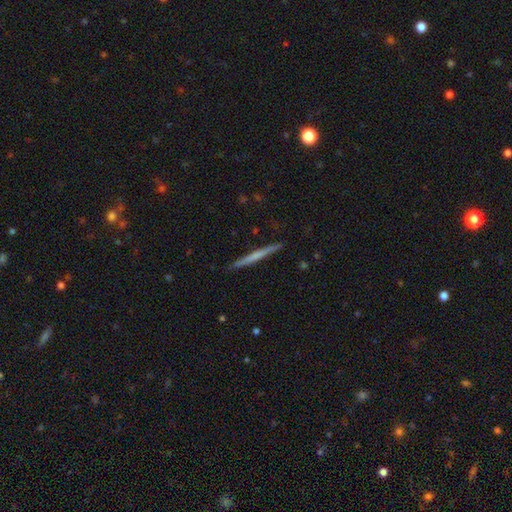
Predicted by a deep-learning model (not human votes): featured or disk 48%, smooth 46%, star or artifact 5%. Down the decision tree: merging — none (91%).